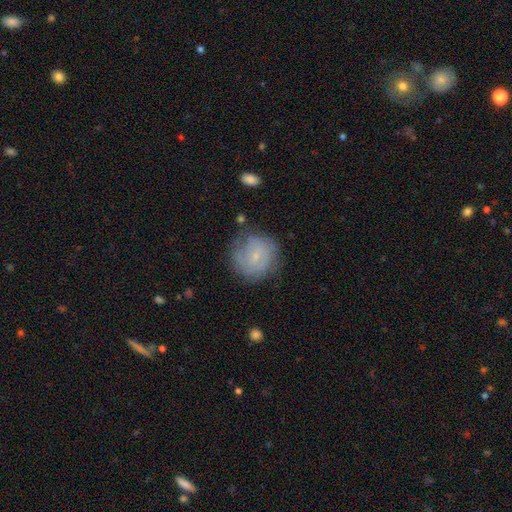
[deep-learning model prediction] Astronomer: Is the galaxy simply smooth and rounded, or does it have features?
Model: featured or disk — 49% (runner-up: smooth, 42%).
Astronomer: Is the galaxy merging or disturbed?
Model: none — 69%.